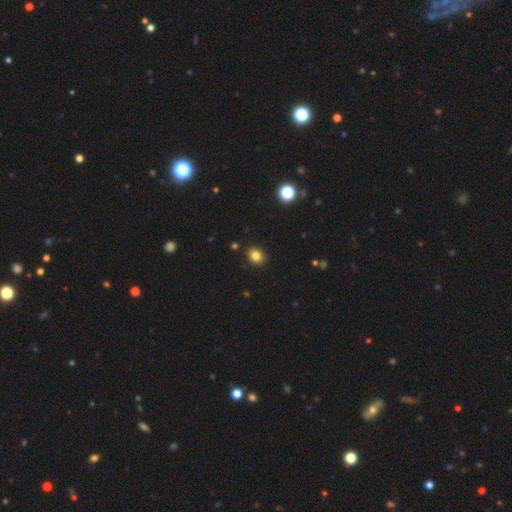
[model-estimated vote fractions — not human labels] A smooth galaxy with no disk features (83%) that is round (61%).

Vote fractions:
- Smooth or featured? smooth: 83% / star or artifact: 12% / featured or disk: 5%
- How rounded? round: 61% / in between: 38% / cigar-shaped: 1%
- Merging? none: 89% / minor disturbance: 7% / major disturbance: 2% / merger: 2%